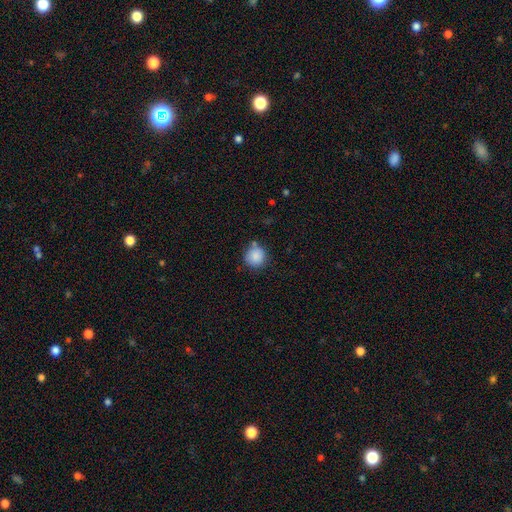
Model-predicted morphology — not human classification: Overall: smooth (87%). How rounded: round (93%). Merging: none (80%).